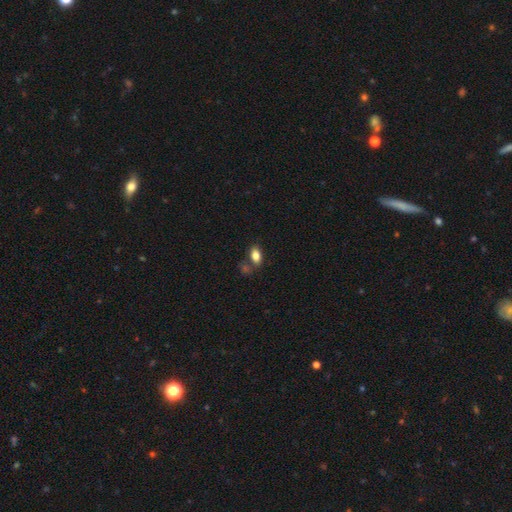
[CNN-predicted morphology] Overall: smooth (83%). How rounded: in between (90%). Merging: none (65%).